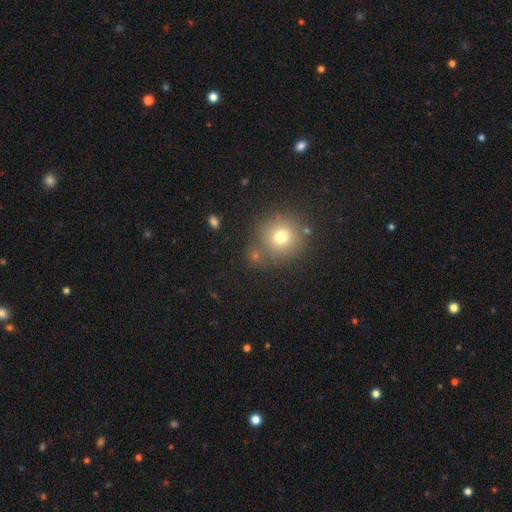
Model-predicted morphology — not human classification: A smooth galaxy with no disk features (69%) that is round (88%).

Vote fractions:
- Smooth or featured? smooth: 69% / star or artifact: 20% / featured or disk: 11%
- How rounded? round: 88% / in between: 11% / cigar-shaped: 1%
- Merging? none: 73% / merger: 13% / minor disturbance: 10% / major disturbance: 4%